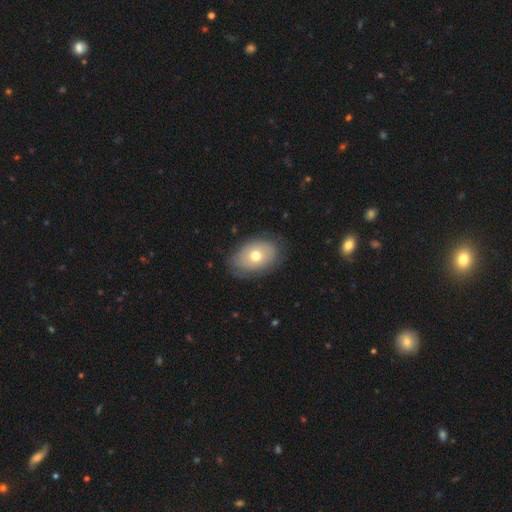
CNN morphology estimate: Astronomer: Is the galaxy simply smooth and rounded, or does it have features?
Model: smooth — 62%.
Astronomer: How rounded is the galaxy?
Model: in between — 82%.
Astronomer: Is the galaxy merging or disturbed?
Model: none — 76%.